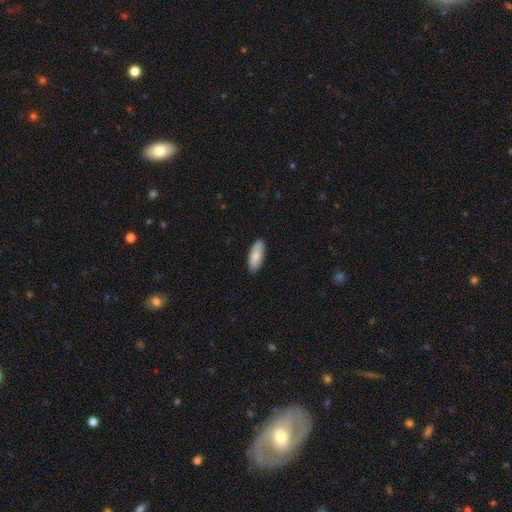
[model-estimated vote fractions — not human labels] smooth-or-featured: smooth: 84% | featured or disk: 10% | star or artifact: 6%
  how-rounded: in between: 79% | cigar-shaped: 20% | round: 2%
  merging: none: 88% | minor disturbance: 10% | major disturbance: 2% | merger: 1%